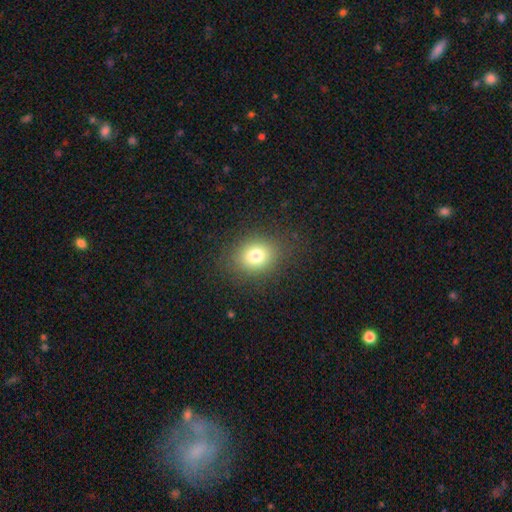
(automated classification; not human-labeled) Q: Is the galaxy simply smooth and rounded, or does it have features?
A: smooth — 77%.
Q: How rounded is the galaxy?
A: round — 55%.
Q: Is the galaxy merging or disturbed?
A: none — 85%.